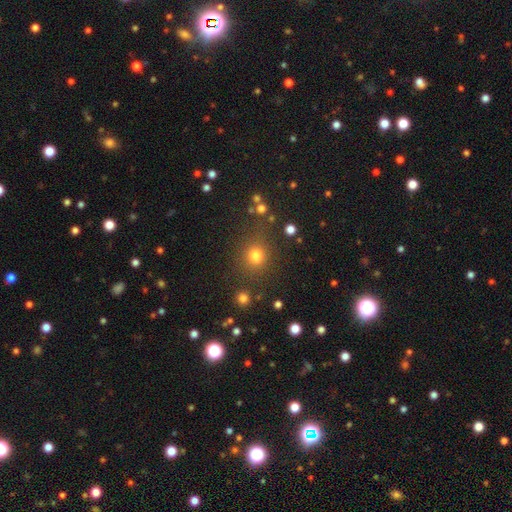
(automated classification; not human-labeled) Morphology: type=smooth (76%); roundness=round (82%); merging=none (78%).